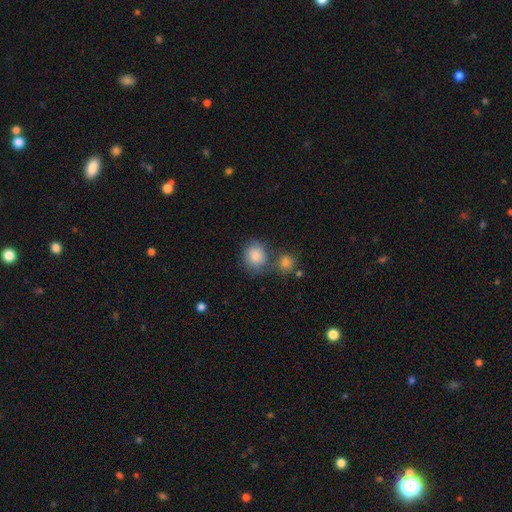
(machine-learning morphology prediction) Smooth or featured? Predicted: smooth (p=0.82). How rounded? Predicted: round (p=0.76). Merging? Predicted: none (p=0.50).